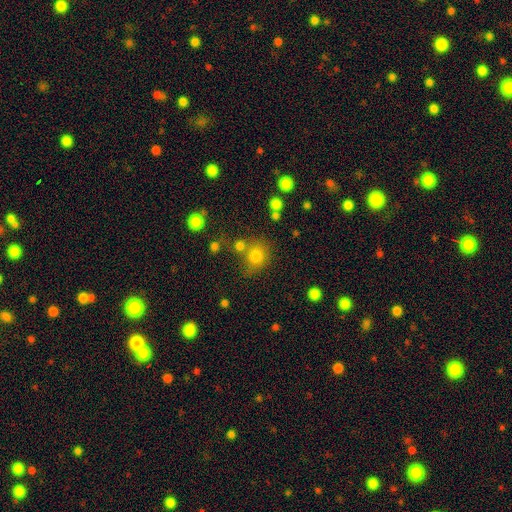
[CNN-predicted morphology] Smooth or featured? smooth (78%)
How rounded? round (84%)
Merging? none (63%)